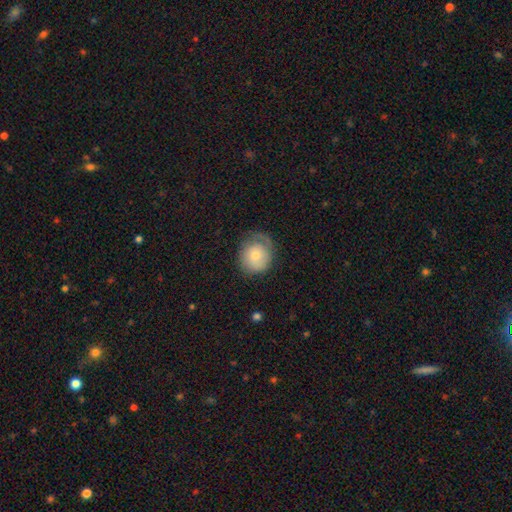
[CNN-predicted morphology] smooth 59%, featured or disk 34%, star or artifact 7%. Down the decision tree: how rounded — round (76%); merging — none (55%).